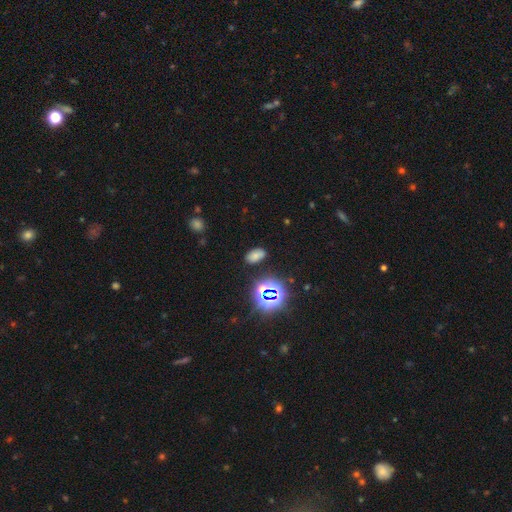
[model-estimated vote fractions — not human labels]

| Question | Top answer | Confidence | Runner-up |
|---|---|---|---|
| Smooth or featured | smooth | 62% | star or artifact (28%) |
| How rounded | in between | 90% | round (8%) |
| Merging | none | 81% | minor disturbance (13%) |